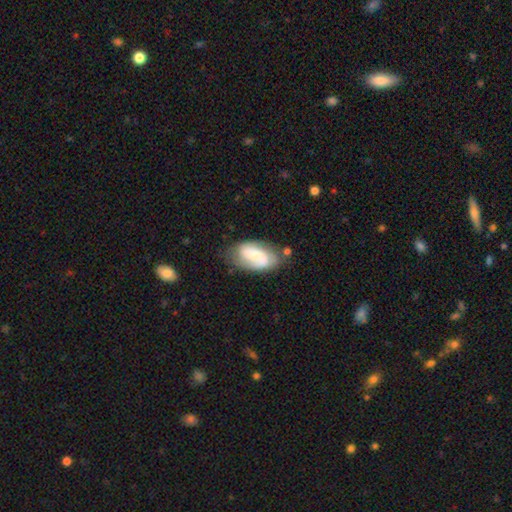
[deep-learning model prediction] A featured or disk galaxy (61%) with no bar (44%), 2 (69%) medium (44%) spiral arms (90%) and a small central bulge (36%). Merging: none (62%).